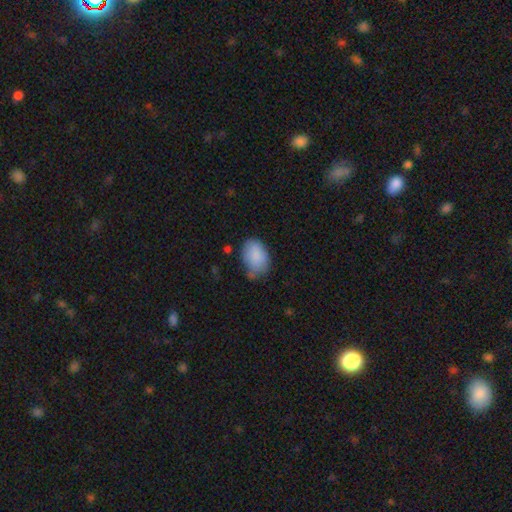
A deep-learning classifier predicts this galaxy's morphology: smooth_or_featured: smooth (p=0.86) [alt: featured or disk p=0.07]
how_rounded: in between (p=0.85) [alt: round p=0.14]
merging: none (p=0.55) [alt: minor disturbance p=0.33]